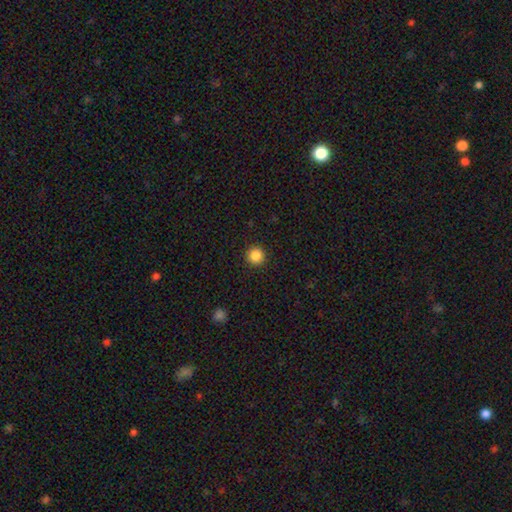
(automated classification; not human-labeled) Morphology: type=smooth (86%); roundness=round (96%); merging=none (93%).